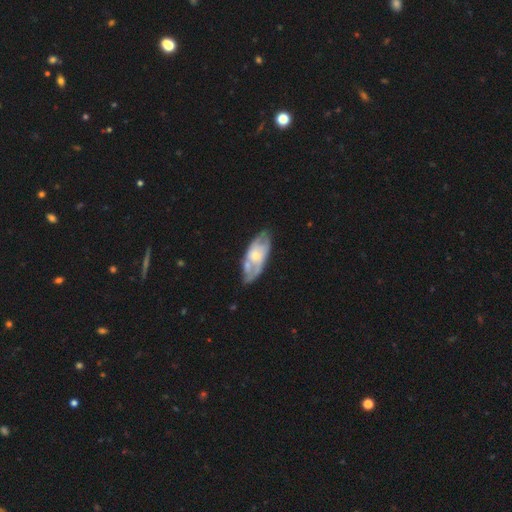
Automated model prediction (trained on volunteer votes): smooth_or_featured: featured or disk (p=0.66) [alt: smooth p=0.29]
disk_edge_on: no (p=0.88) [alt: yes p=0.12]
bar: no (p=0.71) [alt: weak p=0.24]
has_spiral_arms: yes (p=0.69) [alt: no p=0.31]
bulge_size: moderate (p=0.49) [alt: small p=0.42]
merging: none (p=0.60) [alt: minor disturbance p=0.23]